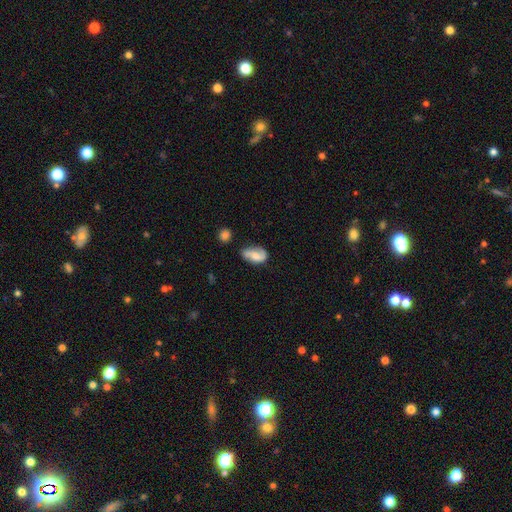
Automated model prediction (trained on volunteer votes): smooth 46% (tied), featured or disk 46% (tied), star or artifact 8%. Down the decision tree: merging — none (52%).